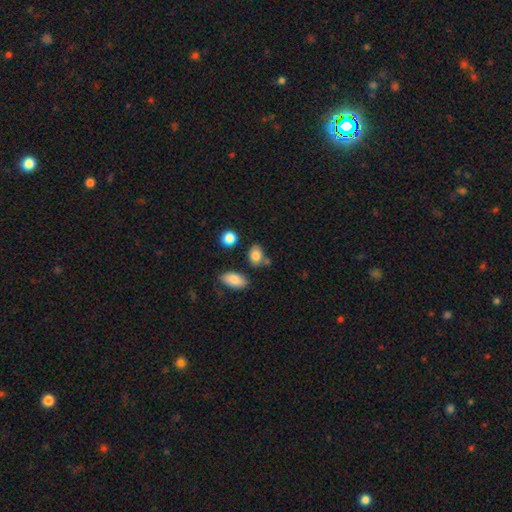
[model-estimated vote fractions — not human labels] Overall: smooth (83%). How rounded: in between (74%). Merging: none (67%).